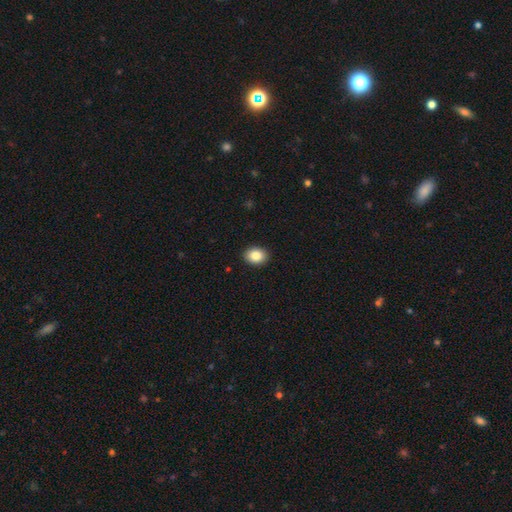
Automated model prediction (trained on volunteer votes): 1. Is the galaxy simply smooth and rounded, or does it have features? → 85% smooth, 9% star or artifact, 6% featured or disk.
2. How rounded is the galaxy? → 54% in between, 46% round, 1% cigar-shaped.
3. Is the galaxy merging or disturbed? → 91% none, 6% minor disturbance, 2% major disturbance, 1% merger.